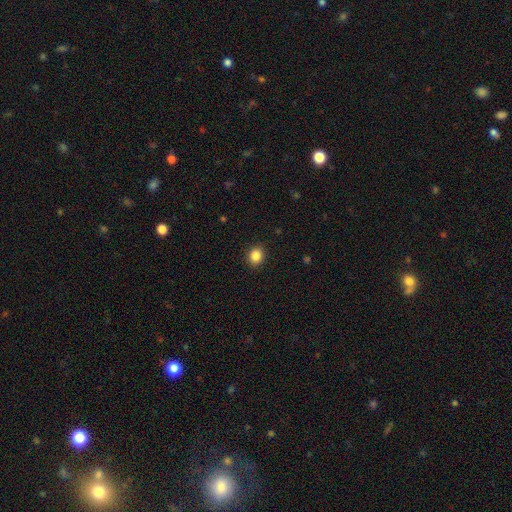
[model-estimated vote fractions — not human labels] smooth 86%, star or artifact 10%, featured or disk 4%. Down the decision tree: how rounded — round (72%); merging — none (91%).